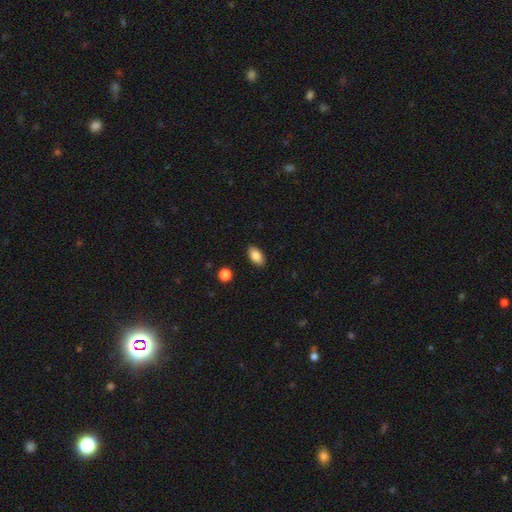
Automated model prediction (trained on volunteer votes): smooth 86%, star or artifact 8%, featured or disk 6%. Down the decision tree: how rounded — in between (93%); merging — none (89%).